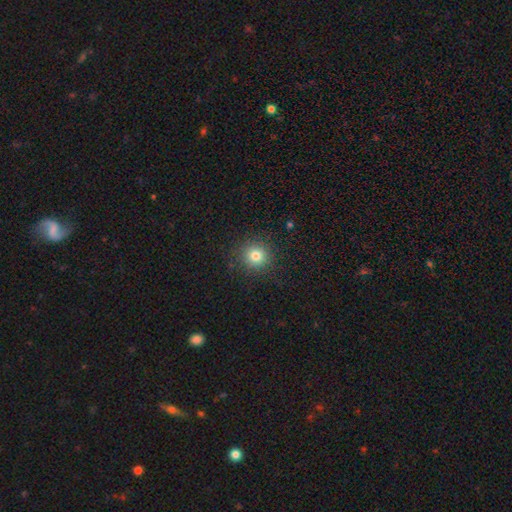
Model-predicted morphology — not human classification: Overall: smooth (79%). How rounded: round (93%). Merging: none (90%).